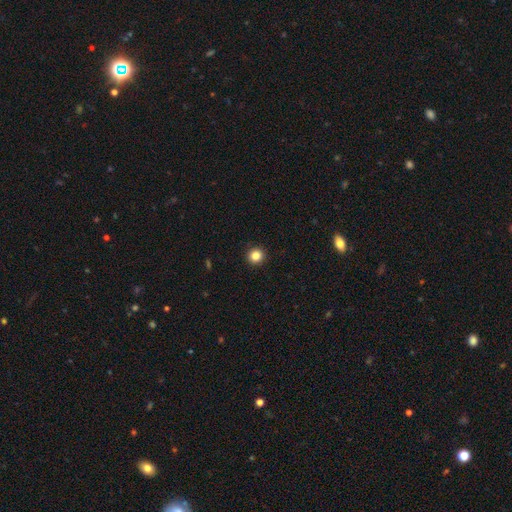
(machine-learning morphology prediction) smooth-or-featured: smooth: 84% | star or artifact: 11% | featured or disk: 4%
  how-rounded: round: 95% | in between: 4% | cigar-shaped: 1%
  merging: none: 93% | minor disturbance: 4% | major disturbance: 1% | merger: 1%